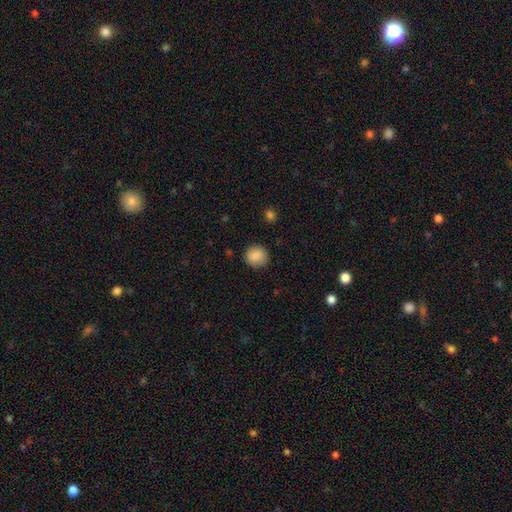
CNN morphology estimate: A smooth galaxy with no disk features (88%) that is round (88%). Merging: none (87%).